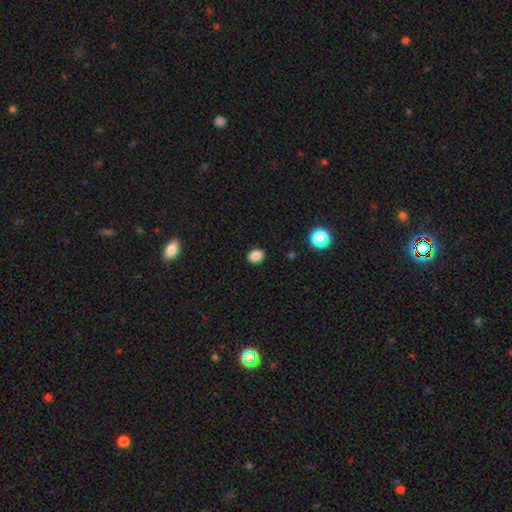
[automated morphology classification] A smooth galaxy with no disk features (86%) that is in between round and cigar-shaped (55%). Merging: none (90%).